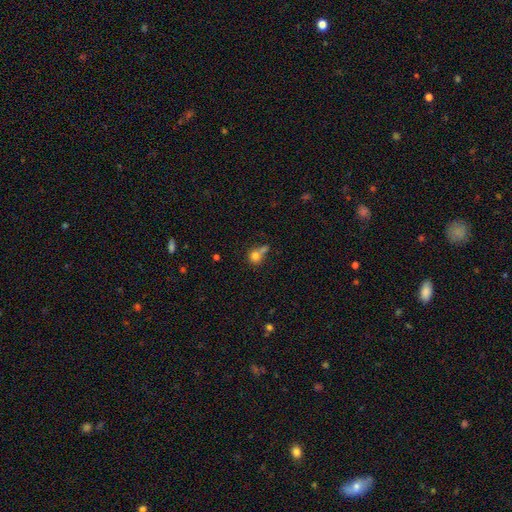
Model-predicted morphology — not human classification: smooth-or-featured: smooth: 77% | star or artifact: 12% | featured or disk: 11%
  how-rounded: round: 77% | in between: 21% | cigar-shaped: 2%
  merging: merger: 39% | none: 38% | minor disturbance: 15% | major disturbance: 9%